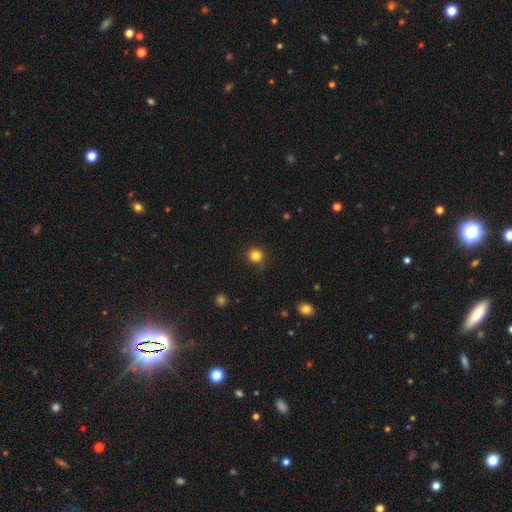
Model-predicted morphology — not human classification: Q: Smooth or featured?
A: smooth (83%); runner-up: star or artifact (13%)
Q: How rounded?
A: round (90%); runner-up: in between (9%)
Q: Merging?
A: none (87%); runner-up: minor disturbance (9%)